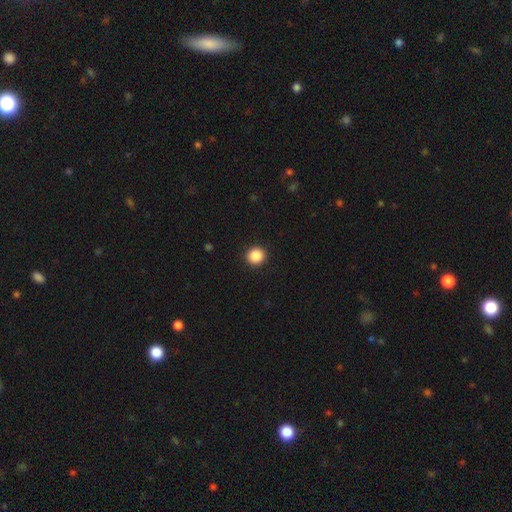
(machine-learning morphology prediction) Overall: smooth (88%). How rounded: round (90%). Merging: none (93%).